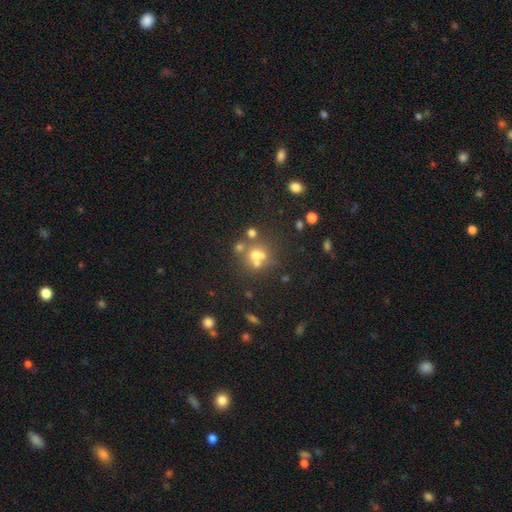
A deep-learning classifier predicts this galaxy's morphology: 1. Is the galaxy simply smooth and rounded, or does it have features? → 54% smooth, 23% star or artifact, 23% featured or disk.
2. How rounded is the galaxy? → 81% round, 18% in between, 1% cigar-shaped.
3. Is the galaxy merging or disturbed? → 48% none, 37% merger, 10% minor disturbance, 6% major disturbance.